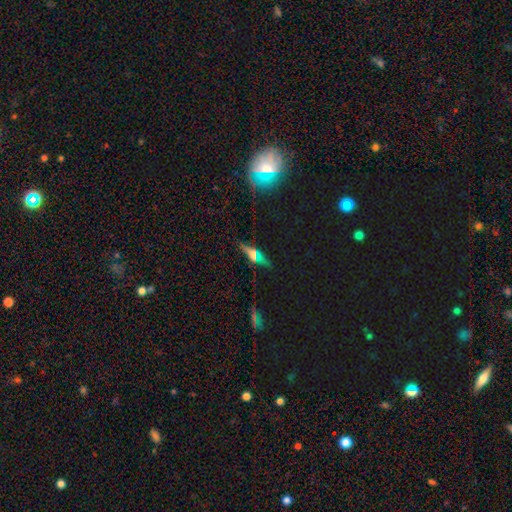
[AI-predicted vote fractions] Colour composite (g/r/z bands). It shows a smooth galaxy with no disk features (37%). Merging: none (85%).